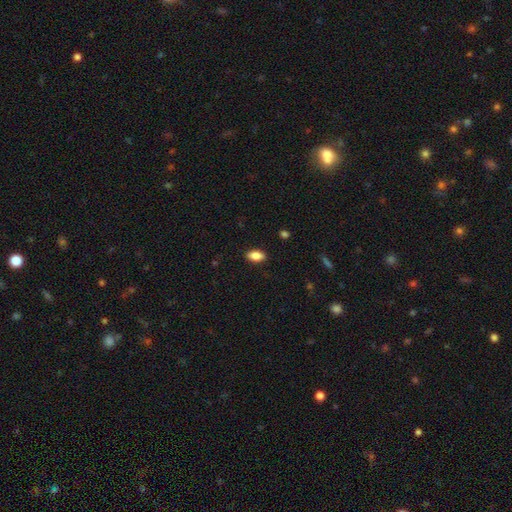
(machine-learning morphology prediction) smooth-or-featured: smooth: 85% | star or artifact: 8% | featured or disk: 7%
  how-rounded: in between: 90% | cigar-shaped: 5% | round: 5%
  merging: none: 88% | minor disturbance: 9% | major disturbance: 2% | merger: 1%